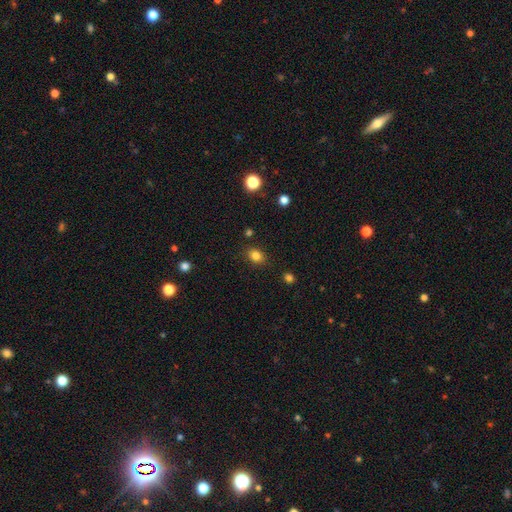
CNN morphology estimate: smooth-or-featured: smooth: 83% | star or artifact: 12% | featured or disk: 5%
  how-rounded: in between: 53% | round: 45% | cigar-shaped: 1%
  merging: none: 84% | minor disturbance: 11% | major disturbance: 3% | merger: 2%